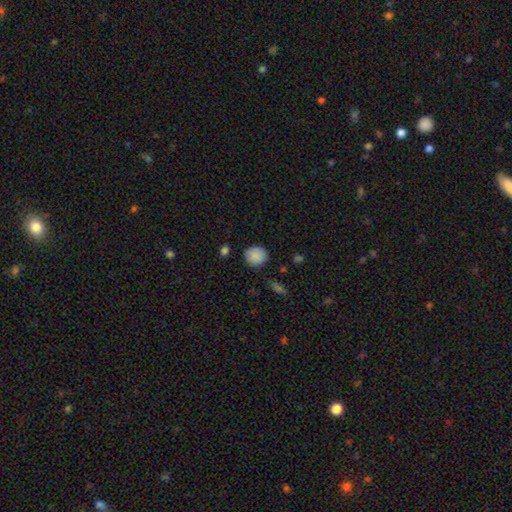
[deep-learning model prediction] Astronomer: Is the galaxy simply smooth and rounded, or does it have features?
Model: smooth — 88%.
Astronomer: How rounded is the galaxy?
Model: round — 87%.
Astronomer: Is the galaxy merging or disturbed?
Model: none — 85%.